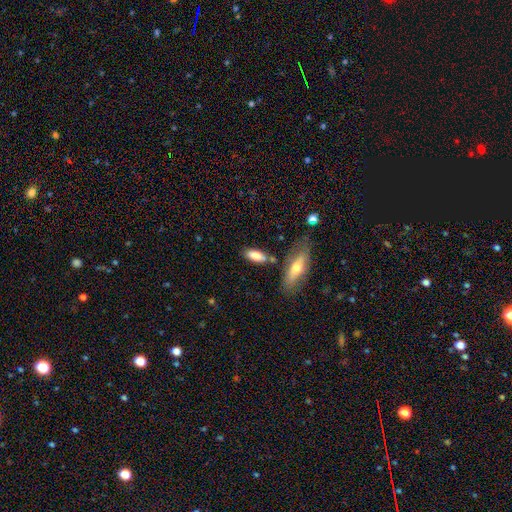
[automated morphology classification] Q: Smooth or featured?
A: smooth (80%); runner-up: featured or disk (13%)
Q: How rounded?
A: in between (71%); runner-up: cigar-shaped (26%)
Q: Merging?
A: none (69%); runner-up: minor disturbance (15%)